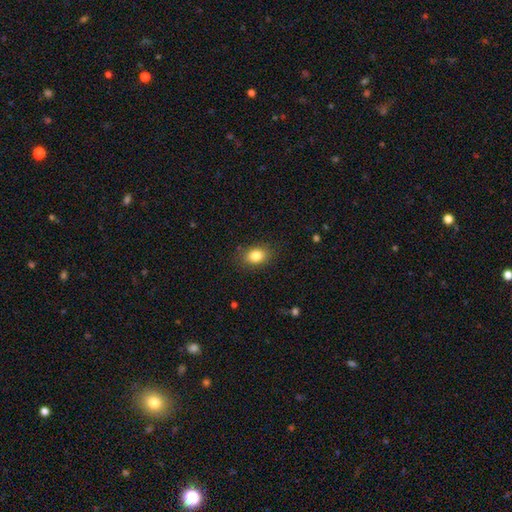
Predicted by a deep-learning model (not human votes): A smooth galaxy with no disk features (83%) that is in between round and cigar-shaped (71%).

Vote fractions:
- Smooth or featured? smooth: 83% / star or artifact: 10% / featured or disk: 8%
- How rounded? in between: 71% / round: 27% / cigar-shaped: 1%
- Merging? none: 85% / minor disturbance: 11% / major disturbance: 3% / merger: 1%